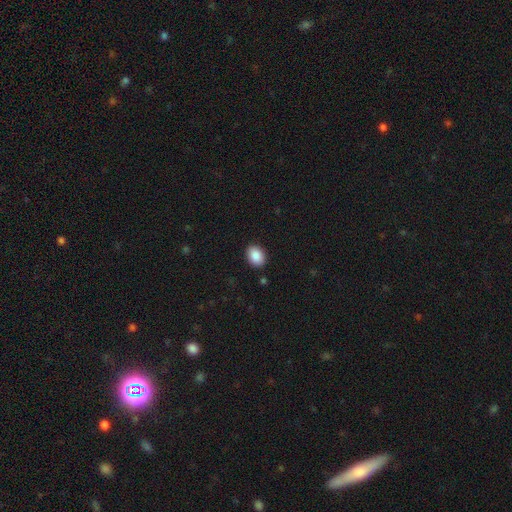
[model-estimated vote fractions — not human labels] A smooth galaxy with no disk features (89%) that is in between round and cigar-shaped (78%).

Vote fractions:
- Smooth or featured? smooth: 89% / star or artifact: 7% / featured or disk: 3%
- How rounded? in between: 78% / round: 21% / cigar-shaped: 1%
- Merging? none: 90% / minor disturbance: 7% / major disturbance: 2% / merger: 1%